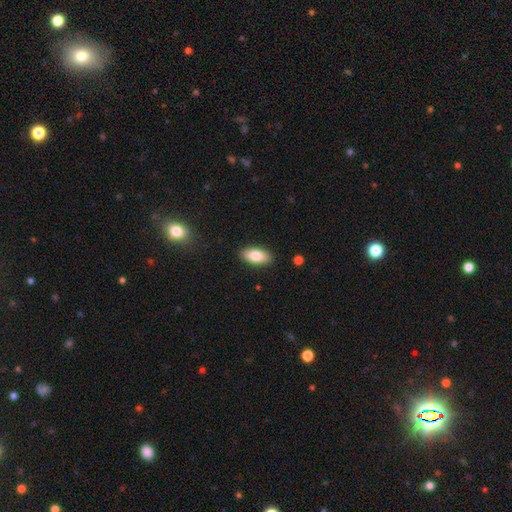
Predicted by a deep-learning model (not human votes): A smooth galaxy with no disk features (81%) that is in between round and cigar-shaped (89%).

Vote fractions:
- Smooth or featured? smooth: 81% / featured or disk: 12% / star or artifact: 7%
- How rounded? in between: 89% / cigar-shaped: 8% / round: 3%
- Merging? none: 89% / minor disturbance: 8% / major disturbance: 2% / merger: 1%